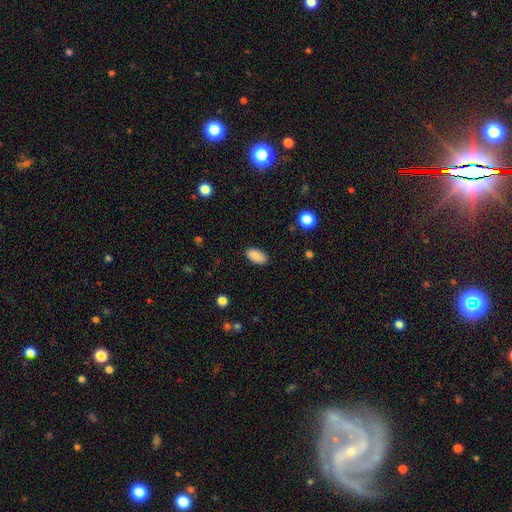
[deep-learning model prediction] Smooth or featured? smooth (89%)
How rounded? in between (94%)
Merging? none (87%)